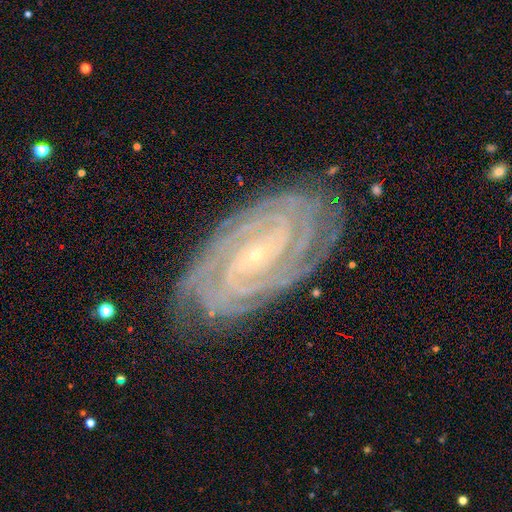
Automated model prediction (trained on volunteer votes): smooth_or_featured: featured or disk (p=0.90) [alt: star or artifact p=0.06]
disk_edge_on: no (p=0.96) [alt: yes p=0.04]
bar: no (p=0.43) [alt: weak p=0.34]
has_spiral_arms: yes (p=0.98) [alt: no p=0.02]
spiral_winding: tight (p=0.82) [alt: medium p=0.16]
spiral_arm_count: 4 (p=0.21) [alt: 2 p=0.20]
bulge_size: small (p=0.89) [alt: moderate p=0.07]
merging: none (p=0.82) [alt: minor disturbance p=0.13]